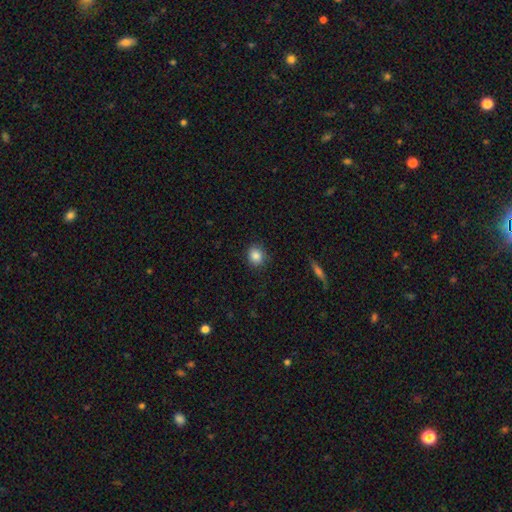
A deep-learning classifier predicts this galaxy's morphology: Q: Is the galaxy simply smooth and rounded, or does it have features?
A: smooth — 86%.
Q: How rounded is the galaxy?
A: round — 79%.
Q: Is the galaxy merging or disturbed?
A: none — 87%.